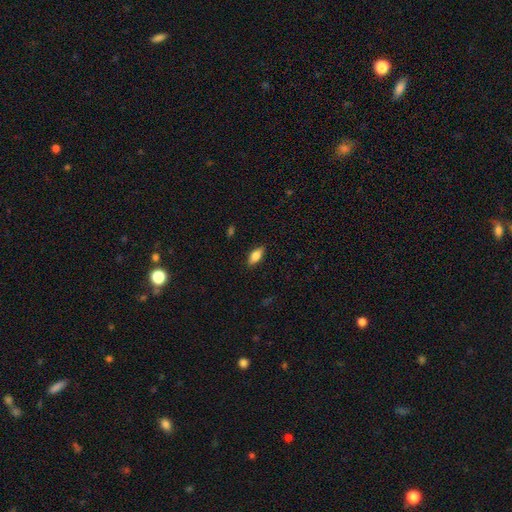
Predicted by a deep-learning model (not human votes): Smooth or featured? Predicted: smooth (p=0.74). How rounded? Predicted: in between (p=0.81). Merging? Predicted: none (p=0.87).